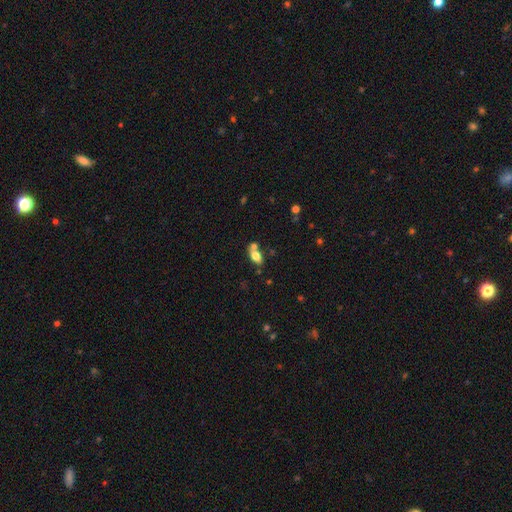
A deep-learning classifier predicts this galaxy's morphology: Smooth or featured? smooth (74%)
How rounded? in between (85%)
Merging? none (52%)